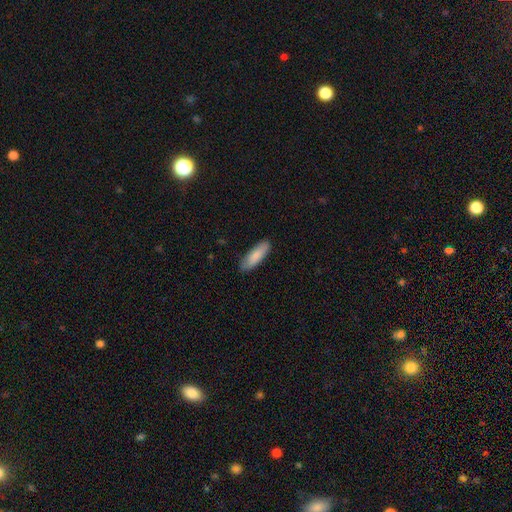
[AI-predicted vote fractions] Smooth or featured?
  - smooth: 86% *
  - featured or disk: 9%
  - star or artifact: 5%
How rounded?
  - in between: 52% *
  - cigar-shaped: 47%
  - round: 1%
Merging?
  - none: 85% *
  - minor disturbance: 12%
  - major disturbance: 2%
  - merger: 1%